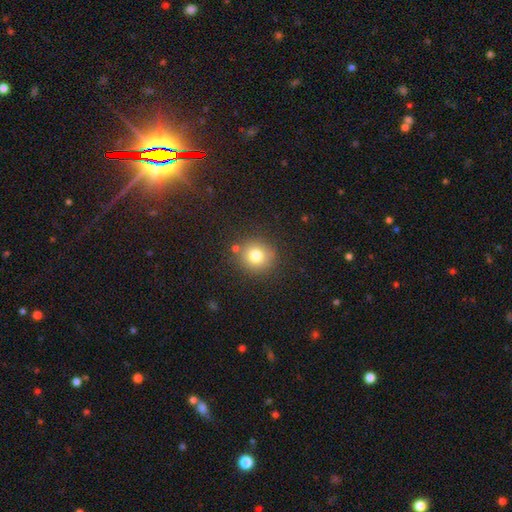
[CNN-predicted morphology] Smooth or featured? Predicted: smooth (p=0.78). How rounded? Predicted: round (p=0.90). Merging? Predicted: none (p=0.84).